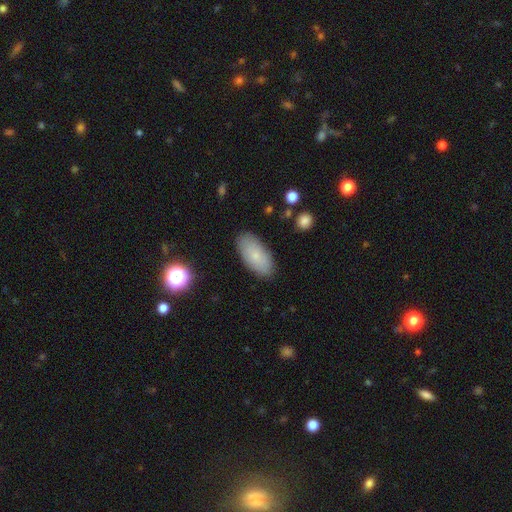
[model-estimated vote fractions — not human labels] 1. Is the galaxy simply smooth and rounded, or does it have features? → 77% smooth, 15% featured or disk, 8% star or artifact.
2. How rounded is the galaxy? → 92% in between, 6% cigar-shaped, 3% round.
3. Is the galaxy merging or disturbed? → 86% none, 11% minor disturbance, 3% major disturbance, 1% merger.